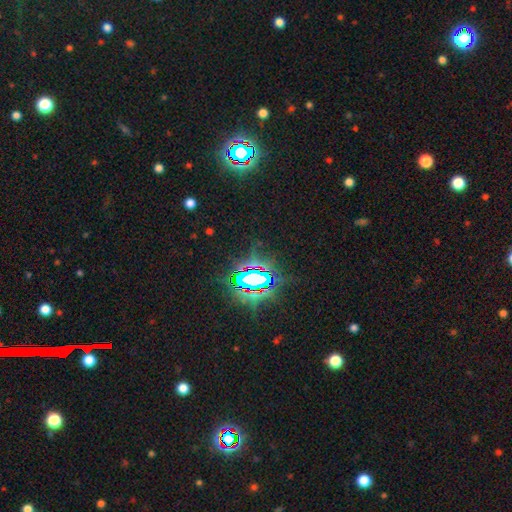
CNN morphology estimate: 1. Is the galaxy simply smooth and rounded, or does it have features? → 81% star or artifact, 11% smooth, 8% featured or disk.